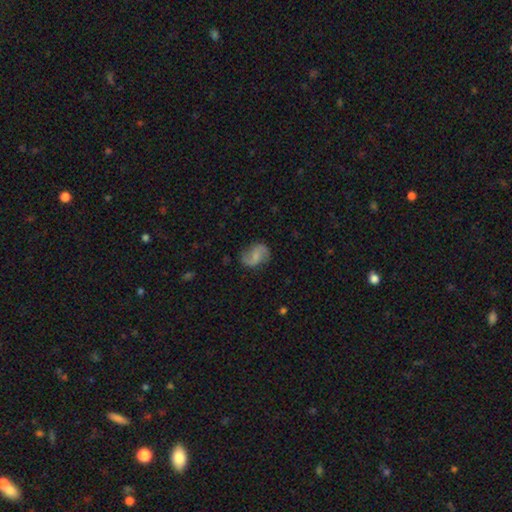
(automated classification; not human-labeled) A featured or disk galaxy (62%) with no bar (46%), 2 (90%) loose (53%) spiral arms (92%) and a small central bulge (37%).

Vote fractions:
- Smooth or featured? featured or disk: 62% / smooth: 30% / star or artifact: 8%
- Edge-on disk? no: 98% / yes: 2%
- Bar? no: 46% / weak: 43% / strong: 11%
- Spiral arms? yes: 92% / no: 8%
- Spiral winding? loose: 53% / medium: 37% / tight: 10%
- Spiral arm count? 2: 90% / can't tell: 5% / 1: 3% / 3: 1% / 4: 1% / more than 4: 1%
- Bulge size? small: 37% / none: 33% / moderate: 25% / large: 4% / dominant: 1%
- Merging? none: 74% / minor disturbance: 18% / major disturbance: 7% / merger: 2%